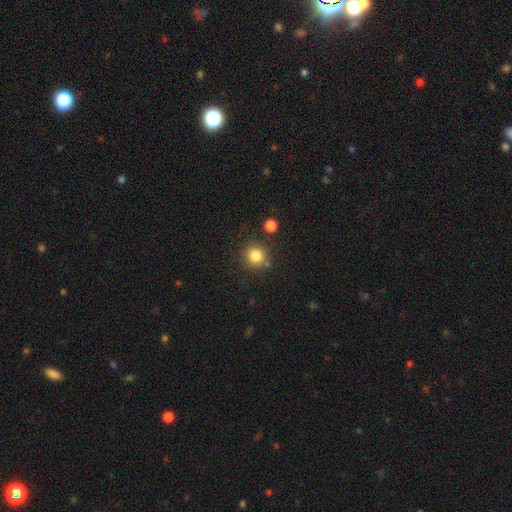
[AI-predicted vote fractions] Smooth or featured? smooth (83%)
How rounded? round (93%)
Merging? none (82%)